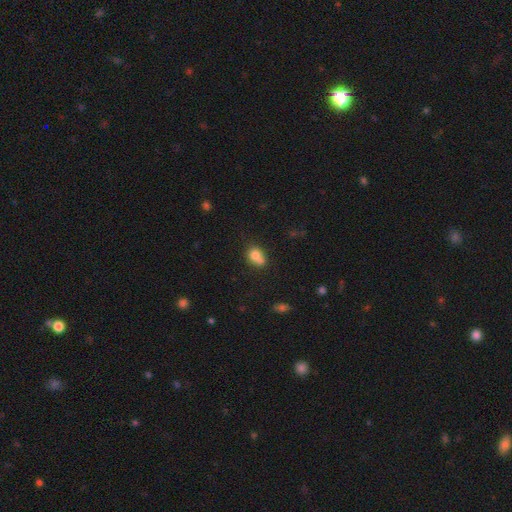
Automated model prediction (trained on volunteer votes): A smooth galaxy with no disk features (76%) that is round (51%).

Vote fractions:
- Smooth or featured? smooth: 76% / featured or disk: 13% / star or artifact: 11%
- How rounded? round: 51% / in between: 48% / cigar-shaped: 1%
- Merging? none: 40% / merger: 36% / minor disturbance: 18% / major disturbance: 6%